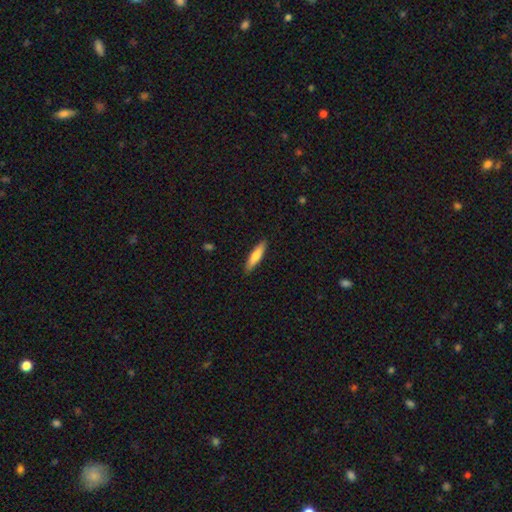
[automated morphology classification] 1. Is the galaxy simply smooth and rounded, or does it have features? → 75% smooth, 19% featured or disk, 5% star or artifact.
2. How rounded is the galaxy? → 81% cigar-shaped, 18% in between, 1% round.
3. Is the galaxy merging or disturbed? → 89% none, 8% minor disturbance, 2% major disturbance, 1% merger.